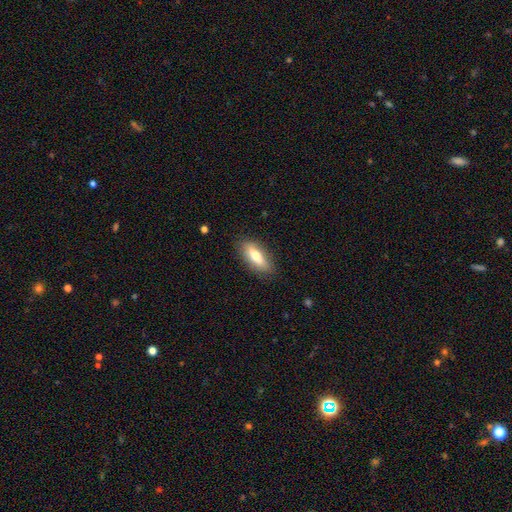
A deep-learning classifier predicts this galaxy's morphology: smooth_or_featured: smooth (p=0.65) [alt: featured or disk p=0.28]
how_rounded: in between (p=0.70) [alt: cigar-shaped p=0.28]
merging: none (p=0.84) [alt: minor disturbance p=0.12]